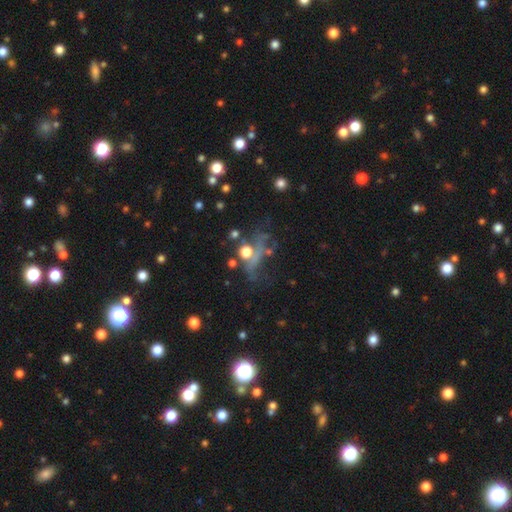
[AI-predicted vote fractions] Smooth or featured? star or artifact (38%)